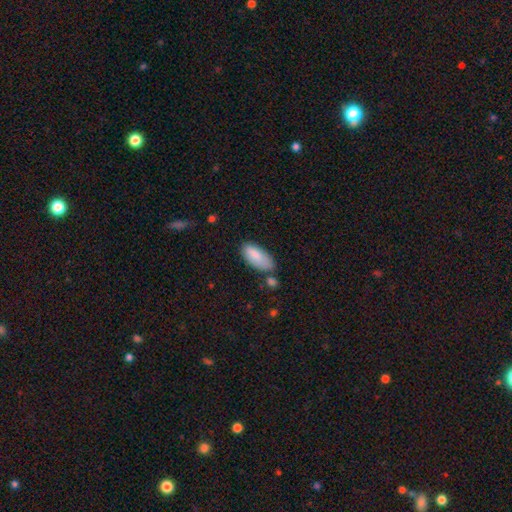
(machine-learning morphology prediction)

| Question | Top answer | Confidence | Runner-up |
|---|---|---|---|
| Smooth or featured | smooth | 85% | featured or disk (9%) |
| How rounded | in between | 85% | cigar-shaped (13%) |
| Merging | none | 56% | minor disturbance (27%) |